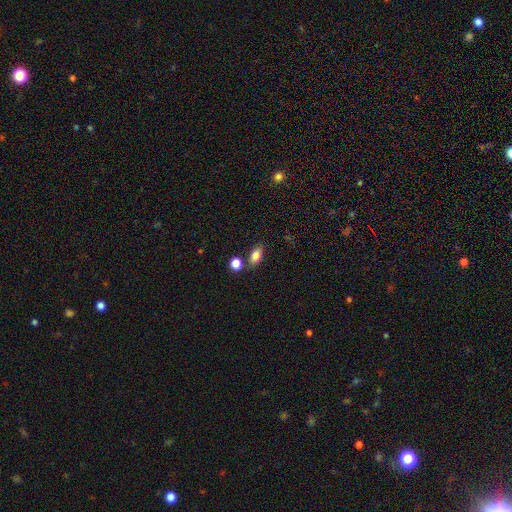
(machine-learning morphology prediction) Smooth or featured? smooth (80%)
How rounded? in between (85%)
Merging? none (73%)